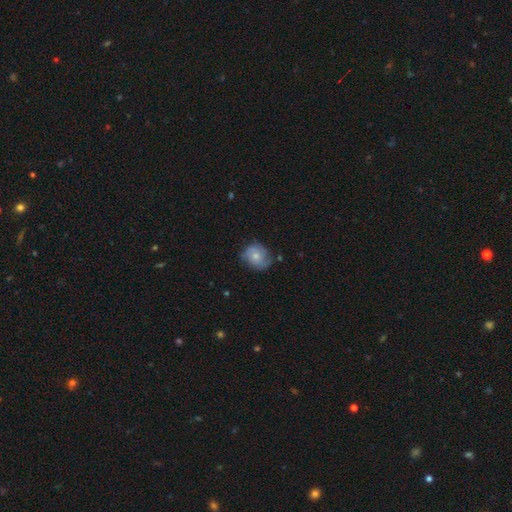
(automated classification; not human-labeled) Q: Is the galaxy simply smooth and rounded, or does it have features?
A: smooth — 50%.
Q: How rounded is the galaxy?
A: round — 70%.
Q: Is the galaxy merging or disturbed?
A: none — 63%.